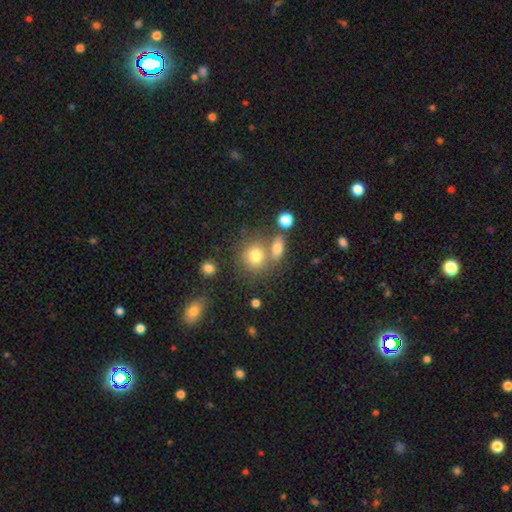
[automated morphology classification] A smooth galaxy with no disk features (76%) that is round (74%). Merging: none (52%).